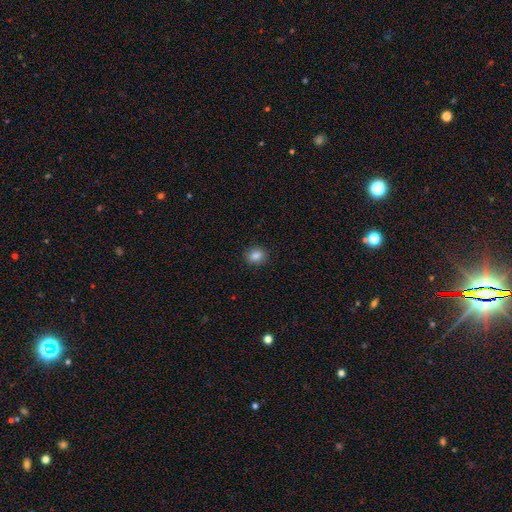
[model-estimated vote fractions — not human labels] Smooth or featured: smooth — 85% (star or artifact — 10%)
How rounded: round — 69% (in between — 30%)
Merging: none — 90% (minor disturbance — 7%)